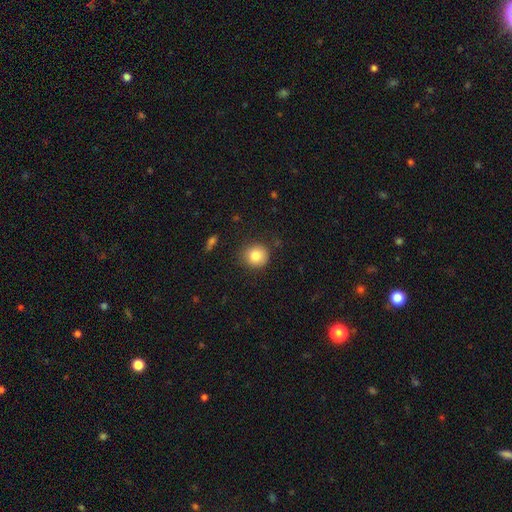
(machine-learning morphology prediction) Q: Smooth or featured?
A: smooth (83%); runner-up: star or artifact (10%)
Q: How rounded?
A: round (89%); runner-up: in between (10%)
Q: Merging?
A: none (85%); runner-up: minor disturbance (10%)